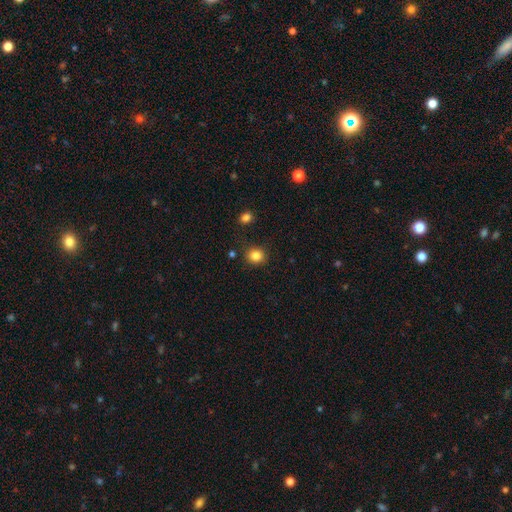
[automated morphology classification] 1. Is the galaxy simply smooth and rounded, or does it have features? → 84% smooth, 11% star or artifact, 5% featured or disk.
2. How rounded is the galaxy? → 82% round, 17% in between, 1% cigar-shaped.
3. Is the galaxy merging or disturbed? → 85% none, 9% minor disturbance, 3% merger, 3% major disturbance.